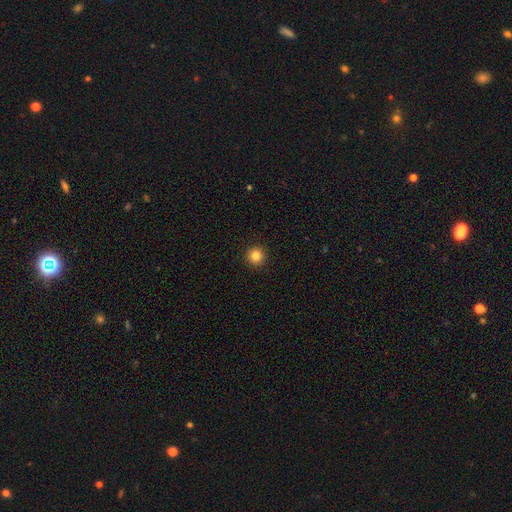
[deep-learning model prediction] Smooth or featured?
  - smooth: 84% *
  - star or artifact: 12%
  - featured or disk: 5%
How rounded?
  - round: 96% *
  - in between: 3%
  - cigar-shaped: 1%
Merging?
  - none: 93% *
  - minor disturbance: 4%
  - major disturbance: 2%
  - merger: 1%